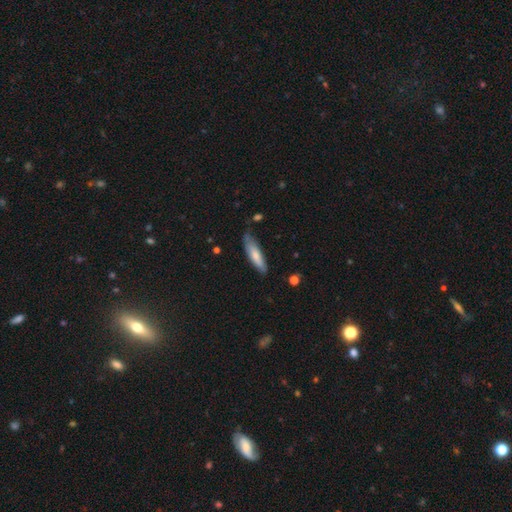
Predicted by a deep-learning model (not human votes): The model was most divided on "how rounded": cigar-shaped: 68%, in between: 31%, round: 1%. More confident: smooth or featured — smooth (72%); merging — none (67%).